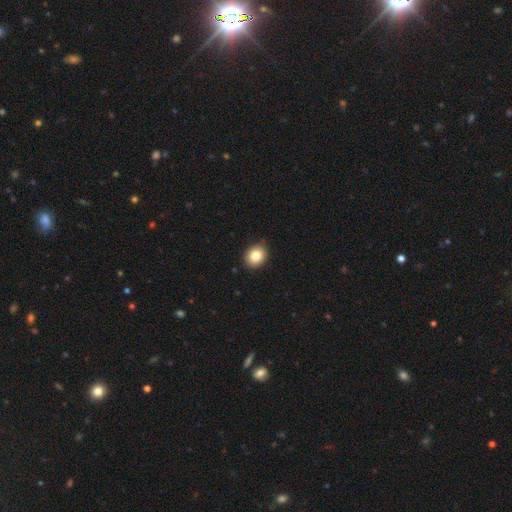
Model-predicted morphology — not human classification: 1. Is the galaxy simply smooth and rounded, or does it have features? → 84% smooth, 9% star or artifact, 7% featured or disk.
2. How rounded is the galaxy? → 57% round, 42% in between, 1% cigar-shaped.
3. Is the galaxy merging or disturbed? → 88% none, 9% minor disturbance, 2% major disturbance, 1% merger.